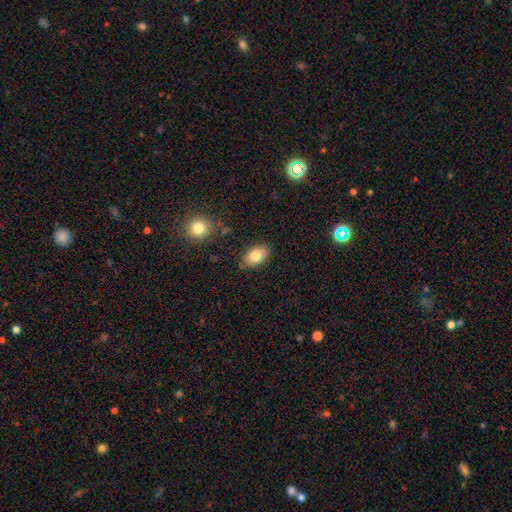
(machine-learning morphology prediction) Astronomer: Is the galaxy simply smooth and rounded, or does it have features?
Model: smooth — 81%.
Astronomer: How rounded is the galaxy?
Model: in between — 89%.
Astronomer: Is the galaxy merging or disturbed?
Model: none — 80%.